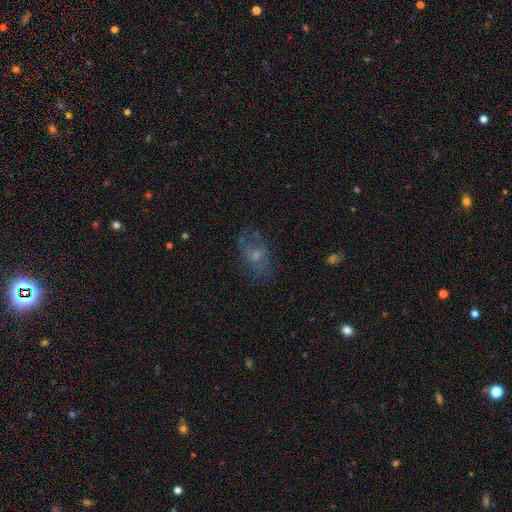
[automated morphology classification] Q: Smooth or featured?
A: featured or disk (46%); runner-up: smooth (40%)
Q: Merging?
A: none (55%); runner-up: major disturbance (22%)